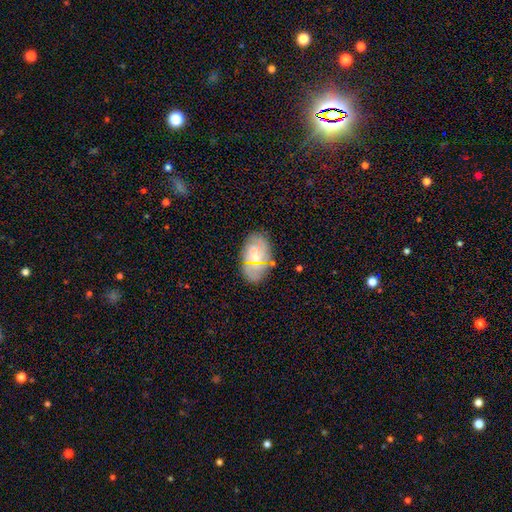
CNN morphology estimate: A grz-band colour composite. It shows a smooth galaxy with no disk features (46%). Merging: none (77%).